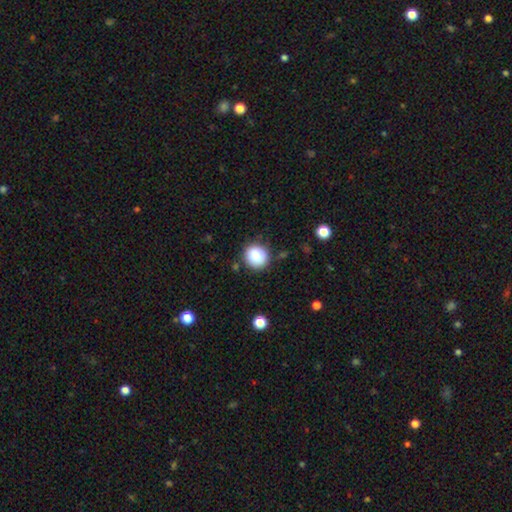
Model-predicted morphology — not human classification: smooth_or_featured: smooth (p=0.82) [alt: star or artifact p=0.10]
how_rounded: round (p=0.91) [alt: in between p=0.08]
merging: none (p=0.86) [alt: minor disturbance p=0.09]